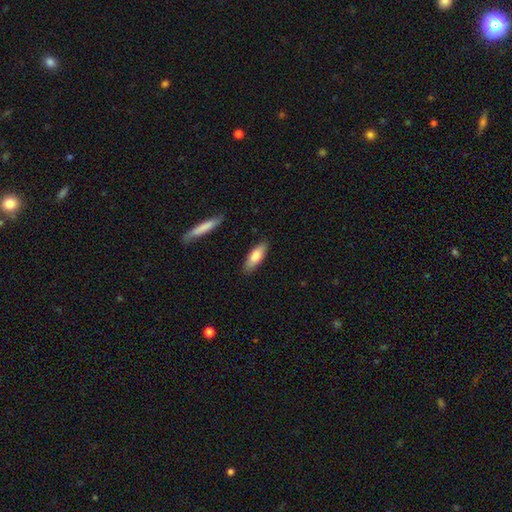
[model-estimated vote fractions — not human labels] Smooth or featured? smooth (78%)
How rounded? in between (57%)
Merging? none (86%)